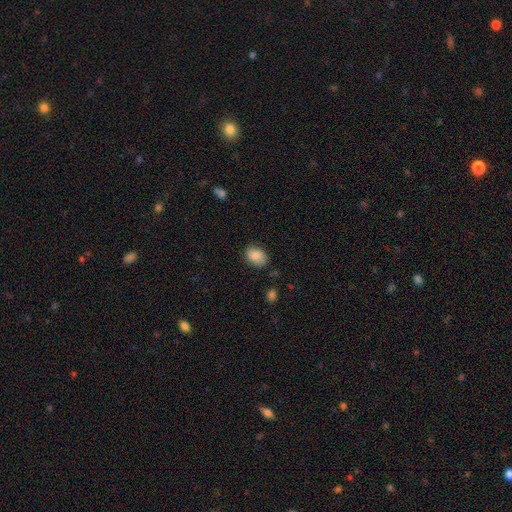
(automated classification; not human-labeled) This is clearly a smooth galaxy (85%). How rounded: likely in between (74%). Merging: likely none (75%).